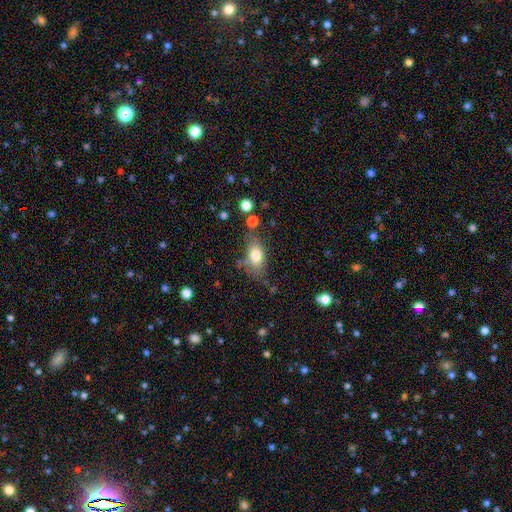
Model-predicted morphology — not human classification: Smooth or featured?
  - smooth: 76% *
  - featured or disk: 16%
  - star or artifact: 8%
How rounded?
  - in between: 85% *
  - round: 8%
  - cigar-shaped: 7%
Merging?
  - none: 66% *
  - minor disturbance: 20%
  - major disturbance: 7%
  - merger: 7%